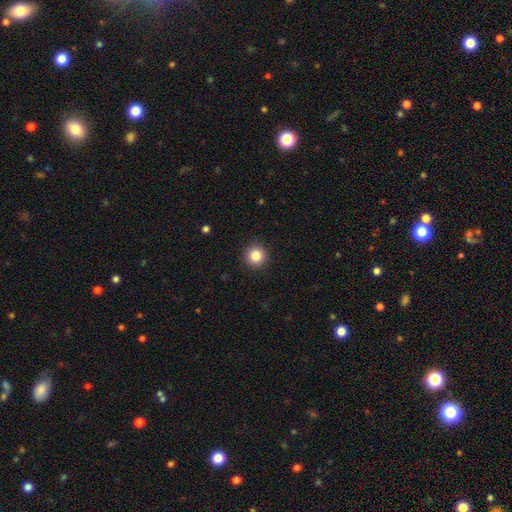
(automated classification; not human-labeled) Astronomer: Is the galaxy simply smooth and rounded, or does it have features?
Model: smooth — 84%.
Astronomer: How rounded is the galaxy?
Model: round — 95%.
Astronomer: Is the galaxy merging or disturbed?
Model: none — 92%.